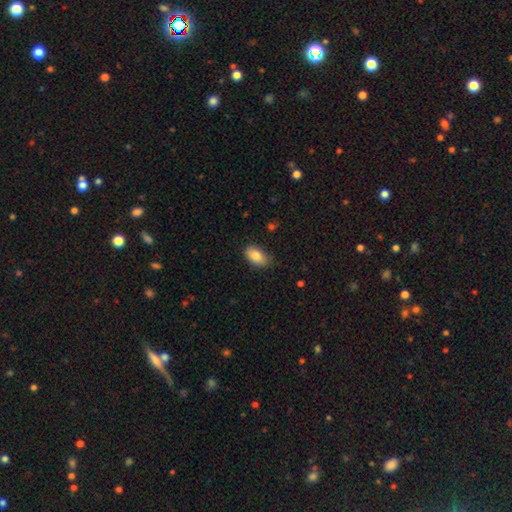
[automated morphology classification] A smooth galaxy with no disk features (85%) that is in between round and cigar-shaped (92%).

Vote fractions:
- Smooth or featured? smooth: 85% / featured or disk: 8% / star or artifact: 7%
- How rounded? in between: 92% / round: 6% / cigar-shaped: 2%
- Merging? none: 78% / minor disturbance: 18% / major disturbance: 3% / merger: 1%